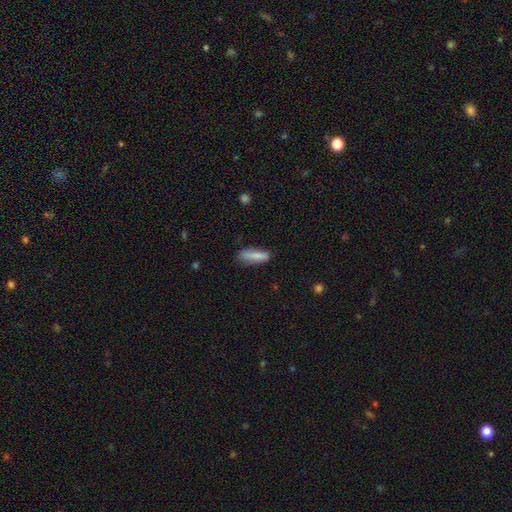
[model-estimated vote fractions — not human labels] Smooth or featured: smooth — 83% (featured or disk — 10%)
How rounded: cigar-shaped — 57% (in between — 41%)
Merging: none — 72% (minor disturbance — 21%)